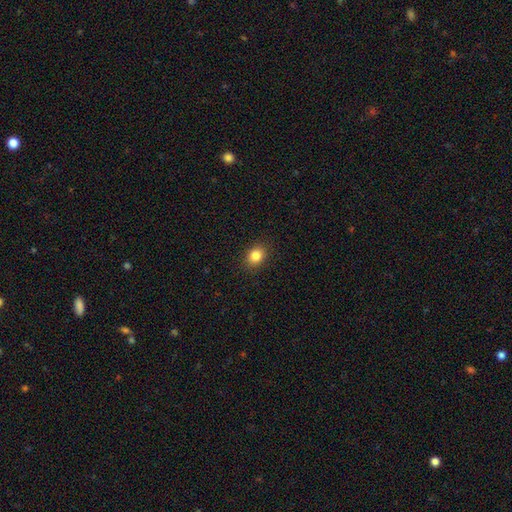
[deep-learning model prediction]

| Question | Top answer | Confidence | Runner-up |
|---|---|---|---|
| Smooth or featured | smooth | 84% | star or artifact (10%) |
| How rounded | in between | 50% | round (49%) |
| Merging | none | 89% | minor disturbance (8%) |